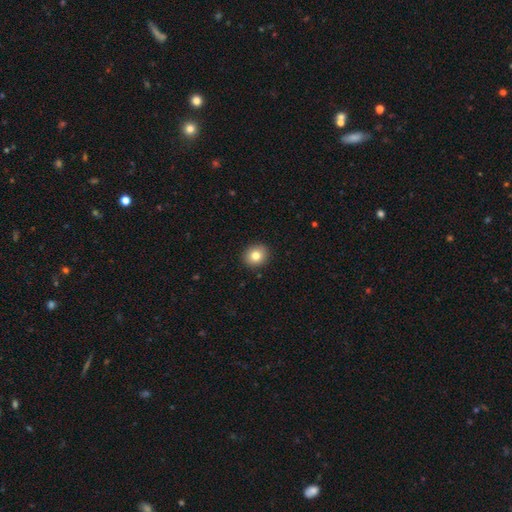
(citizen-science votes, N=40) This appears to be a smooth galaxy with no disk features (78%) that is round (77%). Merging: none (94%).